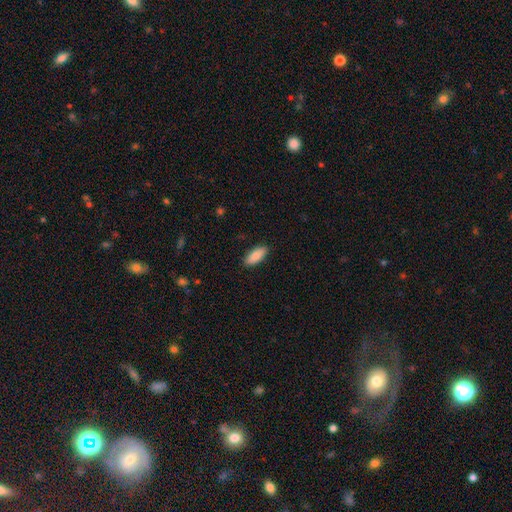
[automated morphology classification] Overall: smooth (87%). How rounded: in between (82%). Merging: none (89%).